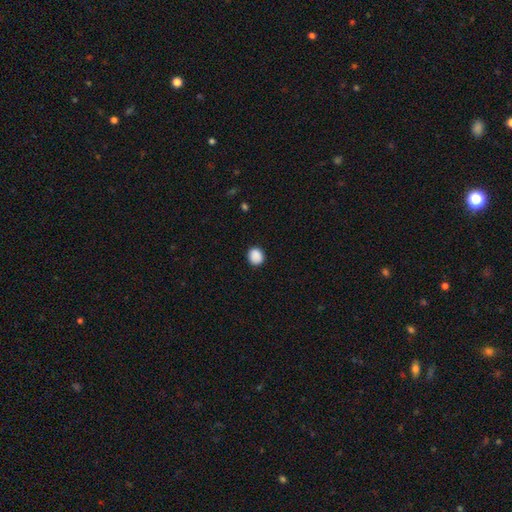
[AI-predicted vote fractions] A smooth galaxy with no disk features (89%) that is round (78%).

Vote fractions:
- Smooth or featured? smooth: 89% / star or artifact: 8% / featured or disk: 2%
- How rounded? round: 78% / in between: 21% / cigar-shaped: 1%
- Merging? none: 90% / minor disturbance: 7% / major disturbance: 2% / merger: 1%